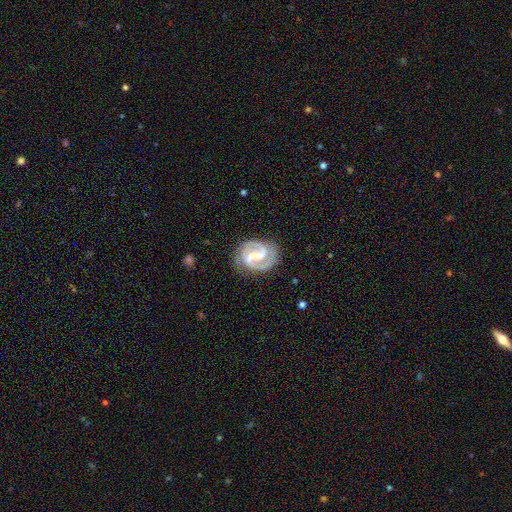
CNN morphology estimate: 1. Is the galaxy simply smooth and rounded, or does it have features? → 91% featured or disk, 5% smooth, 4% star or artifact.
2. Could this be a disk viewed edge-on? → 98% no, 2% yes.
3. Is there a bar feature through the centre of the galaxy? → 45% weak, 37% strong, 18% no.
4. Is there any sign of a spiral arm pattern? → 98% yes, 2% no.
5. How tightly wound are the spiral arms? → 55% medium, 34% tight, 11% loose.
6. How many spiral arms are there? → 93% 2, 2% can't tell, 2% 1, 1% 3, 1% 4, 1% more than 4.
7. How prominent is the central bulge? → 45% none, 31% small, 18% moderate, 4% large, 1% dominant.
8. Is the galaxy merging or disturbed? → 81% none, 13% minor disturbance, 5% major disturbance, 1% merger.